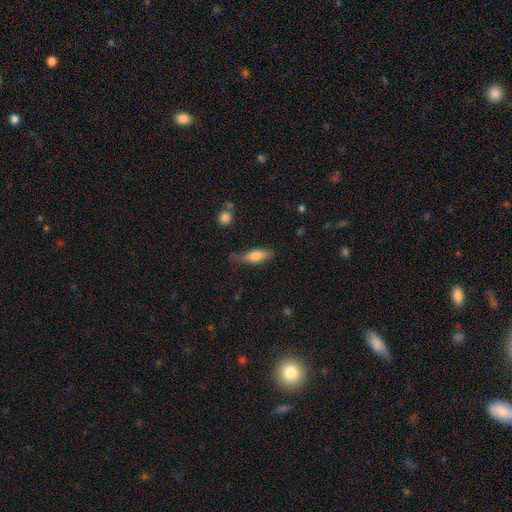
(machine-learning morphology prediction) A smooth galaxy with no disk features (74%) that is in between round and cigar-shaped (64%).

Vote fractions:
- Smooth or featured? smooth: 74% / featured or disk: 20% / star or artifact: 6%
- How rounded? in between: 64% / cigar-shaped: 33% / round: 3%
- Merging? none: 62% / minor disturbance: 28% / major disturbance: 7% / merger: 3%